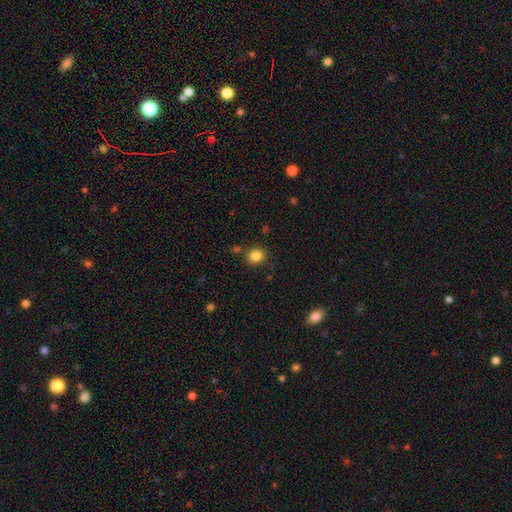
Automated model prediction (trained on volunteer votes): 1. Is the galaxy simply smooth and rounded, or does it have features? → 84% smooth, 11% star or artifact, 5% featured or disk.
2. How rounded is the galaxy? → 80% round, 19% in between, 1% cigar-shaped.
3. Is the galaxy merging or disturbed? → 83% none, 10% minor disturbance, 4% merger, 3% major disturbance.